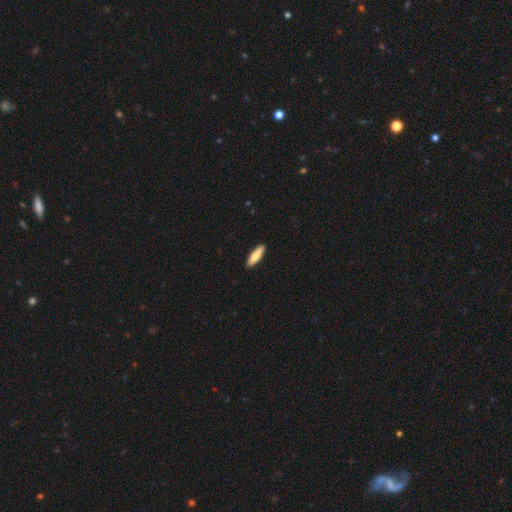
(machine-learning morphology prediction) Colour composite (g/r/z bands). It shows a smooth galaxy with no disk features (77%) that is cigar-shaped (65%). Merging: none (91%).